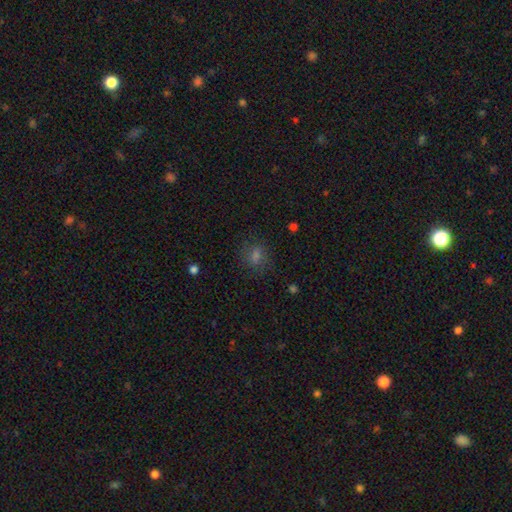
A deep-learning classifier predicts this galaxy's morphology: This appears to be a smooth galaxy with no disk features (61%) that is round (59%). Merging: none (80%).